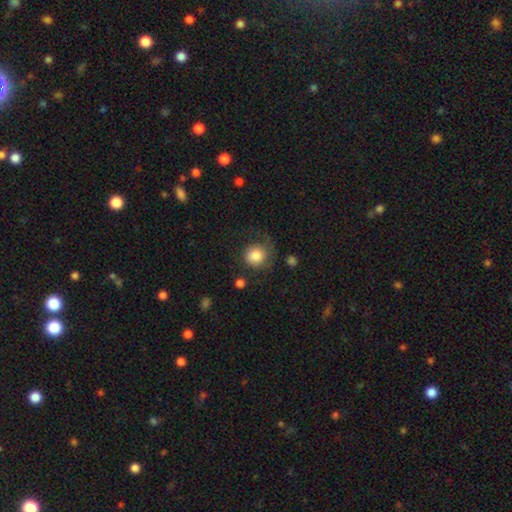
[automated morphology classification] This appears to be a smooth galaxy with no disk features (81%) that is round (85%). Merging: none (53%).